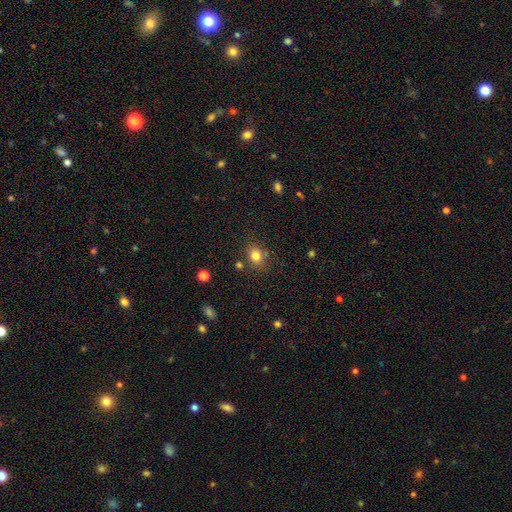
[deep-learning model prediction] Smooth or featured?
  - smooth: 80% *
  - star or artifact: 13%
  - featured or disk: 7%
How rounded?
  - round: 58% *
  - in between: 41%
  - cigar-shaped: 1%
Merging?
  - none: 74% *
  - minor disturbance: 14%
  - merger: 7%
  - major disturbance: 5%